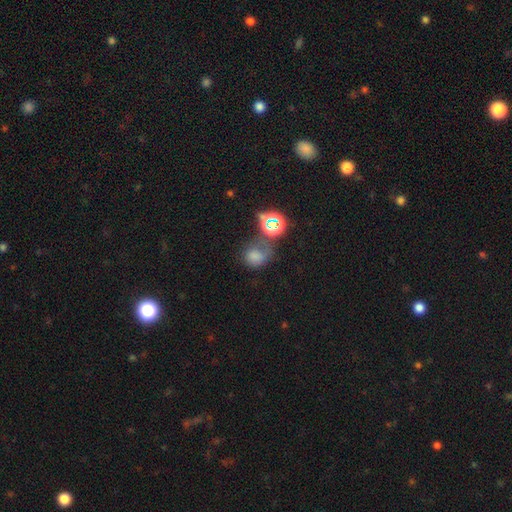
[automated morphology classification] smooth-or-featured: smooth: 58% | star or artifact: 26% | featured or disk: 16%
  how-rounded: round: 61% | in between: 38% | cigar-shaped: 1%
  merging: none: 38% | minor disturbance: 23% | major disturbance: 22% | merger: 17%